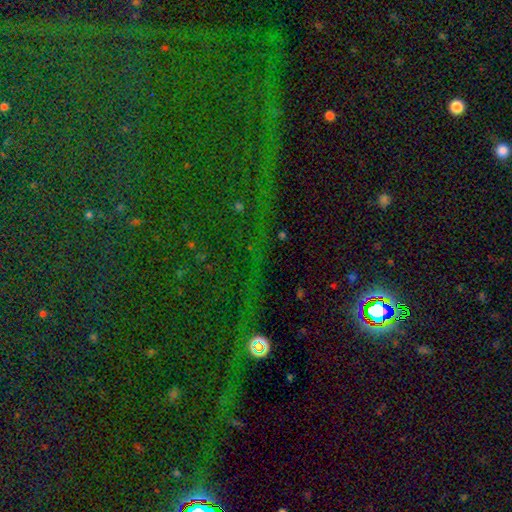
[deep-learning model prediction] A star or artifact, not a galaxy (80%).